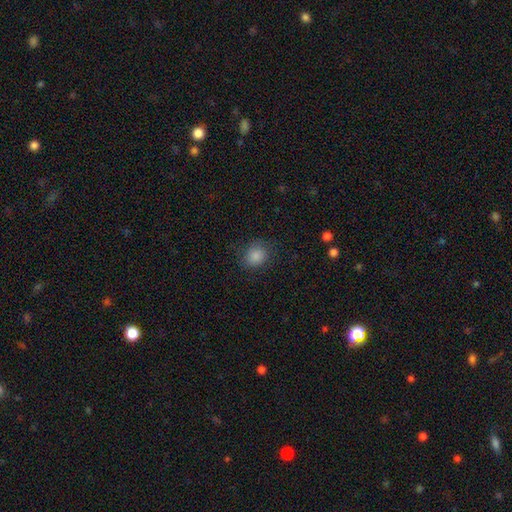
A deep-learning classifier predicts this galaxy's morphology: This is clearly a smooth galaxy (83%). How rounded: likely round (68%). Merging: likely none (78%).